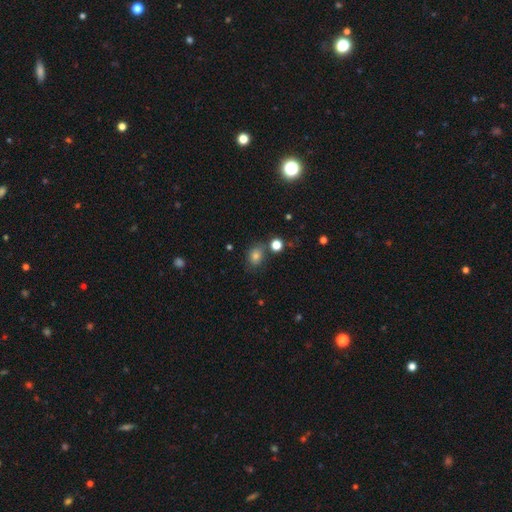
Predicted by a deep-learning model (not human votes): Smooth or featured?
  - smooth: 75% *
  - star or artifact: 17%
  - featured or disk: 8%
How rounded?
  - in between: 62% *
  - round: 36%
  - cigar-shaped: 1%
Merging?
  - none: 73% *
  - minor disturbance: 14%
  - merger: 8%
  - major disturbance: 4%